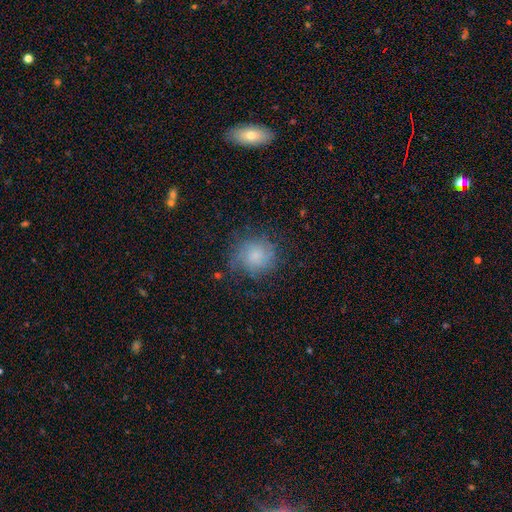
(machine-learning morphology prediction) Q: Smooth or featured?
A: smooth (64%); runner-up: featured or disk (25%)
Q: How rounded?
A: round (85%); runner-up: in between (14%)
Q: Merging?
A: none (63%); runner-up: minor disturbance (22%)